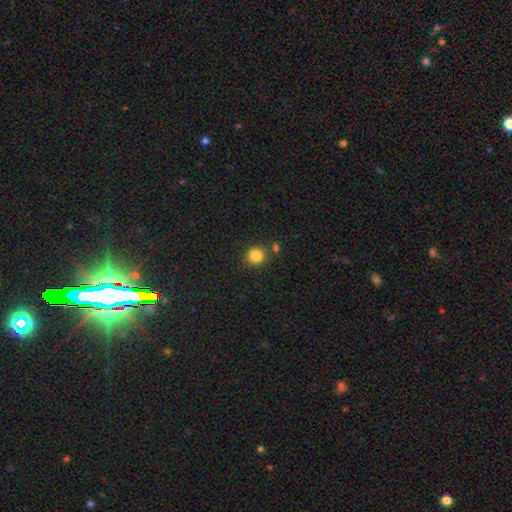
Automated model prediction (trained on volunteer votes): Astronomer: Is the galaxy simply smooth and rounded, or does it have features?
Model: smooth — 84%.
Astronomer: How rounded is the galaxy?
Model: round — 91%.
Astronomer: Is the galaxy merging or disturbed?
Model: none — 80%.